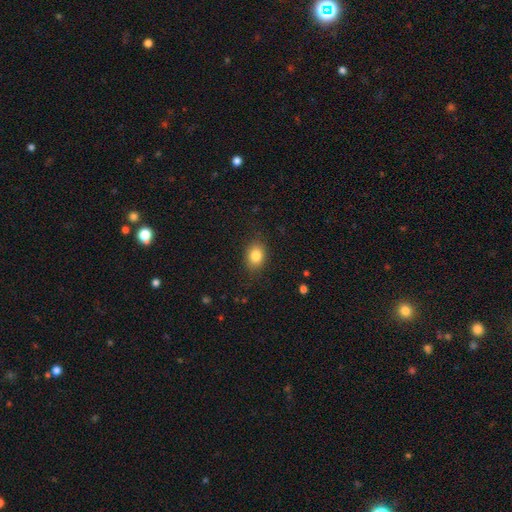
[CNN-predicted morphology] A smooth galaxy with no disk features (83%) that is in between round and cigar-shaped (64%). Merging: none (85%).